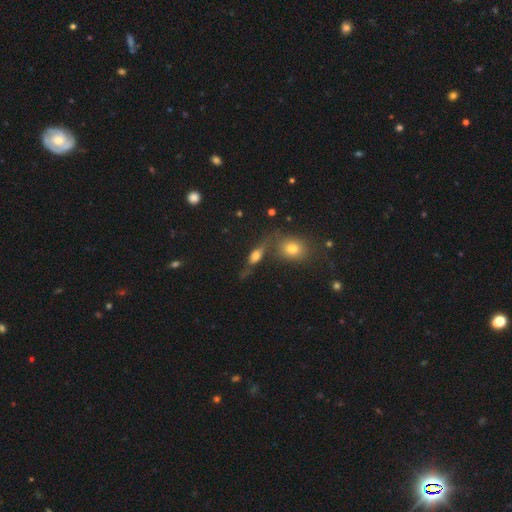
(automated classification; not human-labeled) This is possibly a smooth galaxy (54%). How rounded: possibly in between (60%). Merging: possibly none (55%).